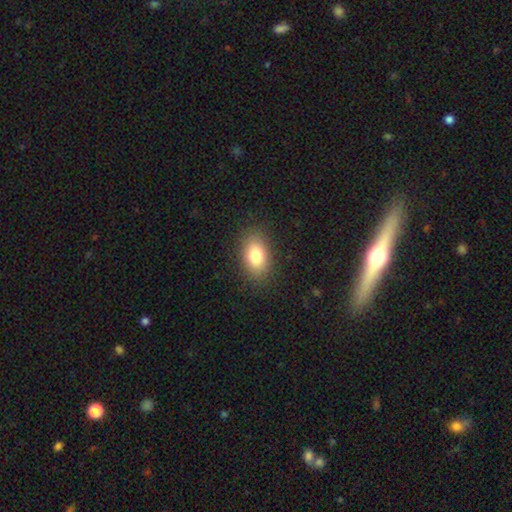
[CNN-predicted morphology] The model was most divided on "smooth or featured": smooth: 80%, featured or disk: 11%, star or artifact: 9%. More confident: how rounded — in between (86%); merging — none (86%).